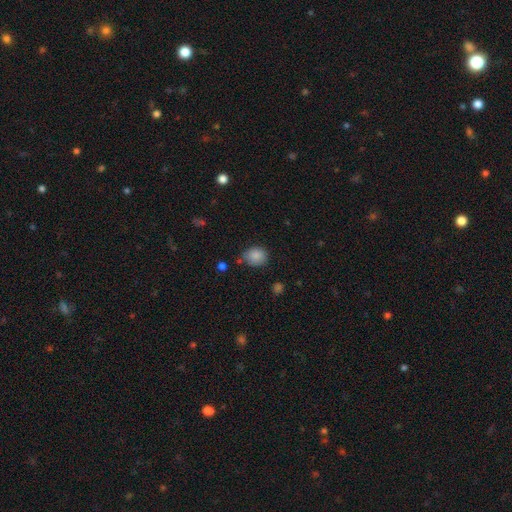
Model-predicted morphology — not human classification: This appears to be a smooth galaxy with no disk features (85%) that is round (64%). Merging: none (68%).